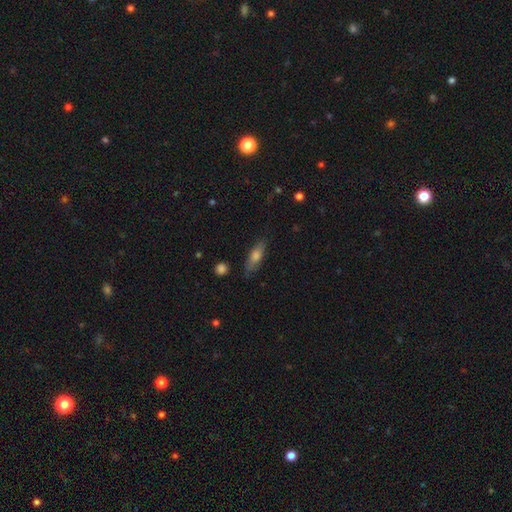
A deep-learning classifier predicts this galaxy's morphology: Smooth or featured? Predicted: smooth (p=0.63). How rounded? Predicted: in between (p=0.54). Merging? Predicted: none (p=0.78).